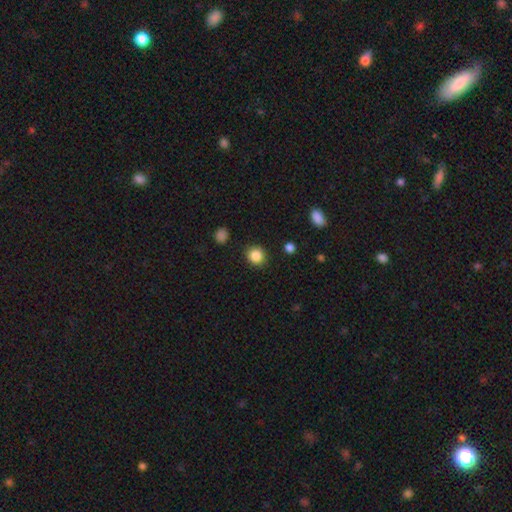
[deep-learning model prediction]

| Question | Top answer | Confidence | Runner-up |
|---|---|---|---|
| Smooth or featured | smooth | 86% | star or artifact (10%) |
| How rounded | round | 89% | in between (10%) |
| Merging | none | 89% | minor disturbance (7%) |